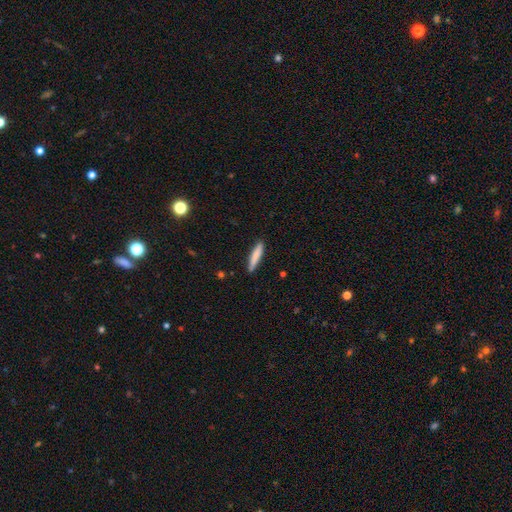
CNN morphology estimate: Q: Smooth or featured?
A: smooth (81%); runner-up: featured or disk (13%)
Q: How rounded?
A: cigar-shaped (90%); runner-up: in between (9%)
Q: Merging?
A: none (87%); runner-up: minor disturbance (10%)